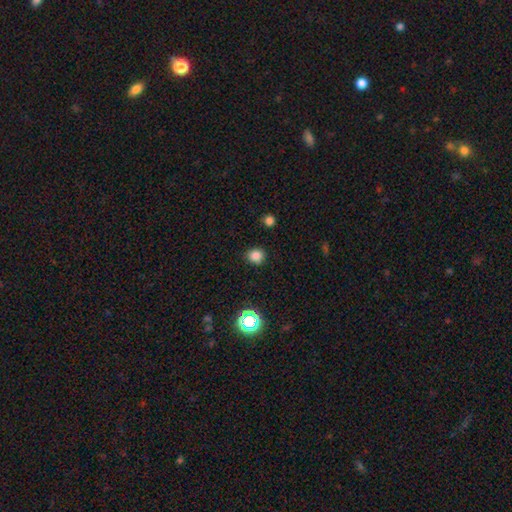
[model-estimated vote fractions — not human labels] smooth 80%, star or artifact 16%, featured or disk 4%. Down the decision tree: how rounded — round (80%); merging — none (87%).